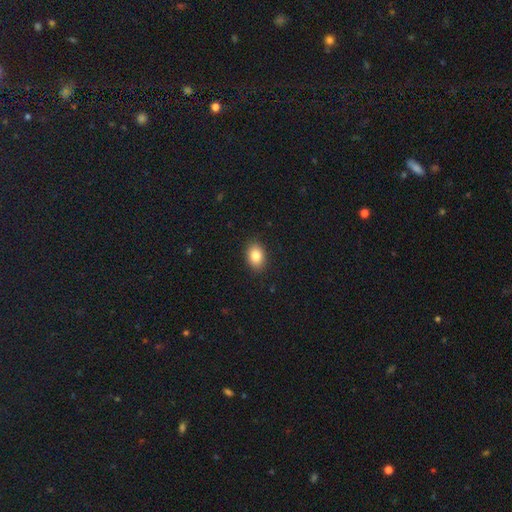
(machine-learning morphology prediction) Smooth or featured? Predicted: smooth (p=0.84). How rounded? Predicted: in between (p=0.75). Merging? Predicted: none (p=0.89).